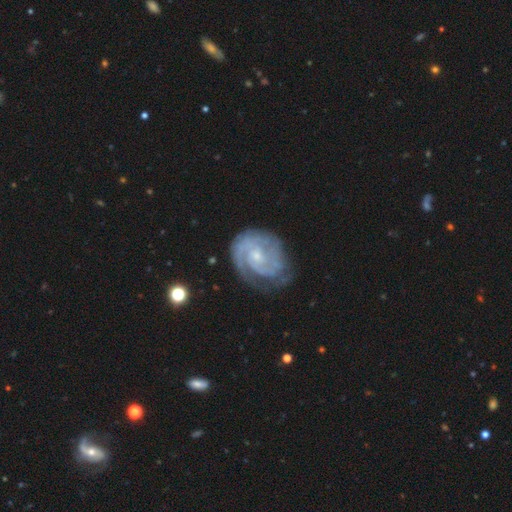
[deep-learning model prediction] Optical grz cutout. It shows a featured or disk galaxy (85%) with no bar (53%), 2 (56%) tight (68%) spiral arms (97%) and a small central bulge (61%). Merging: none (75%).